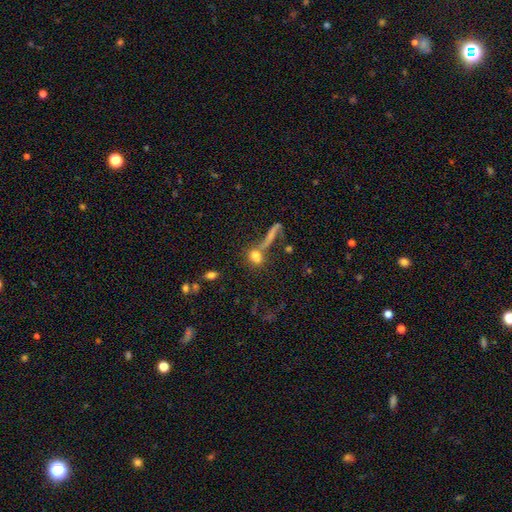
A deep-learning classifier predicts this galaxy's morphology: A smooth galaxy with no disk features (68%) that is in between round and cigar-shaped (49%).

Vote fractions:
- Smooth or featured? smooth: 68% / featured or disk: 17% / star or artifact: 14%
- How rounded? in between: 49% / round: 32% / cigar-shaped: 19%
- Merging? merger: 43% / none: 36% / minor disturbance: 11% / major disturbance: 10%